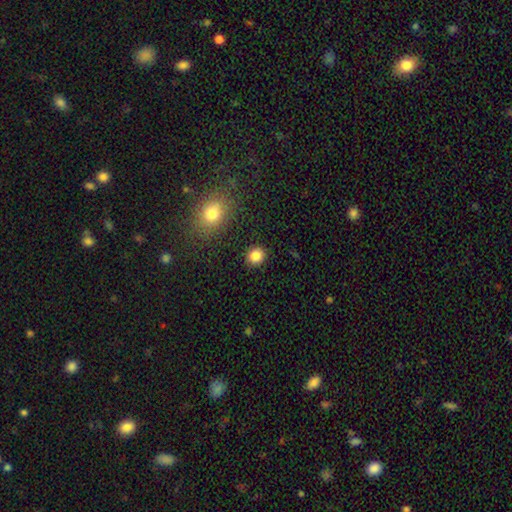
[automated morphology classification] A smooth galaxy with no disk features (85%) that is round (83%). Merging: none (91%).